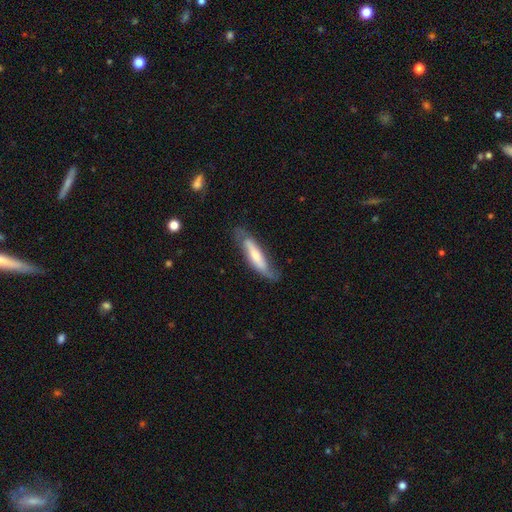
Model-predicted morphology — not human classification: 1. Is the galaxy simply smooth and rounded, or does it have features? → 49% featured or disk, 45% smooth, 6% star or artifact.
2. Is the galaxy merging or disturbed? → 63% none, 25% minor disturbance, 10% major disturbance, 2% merger.